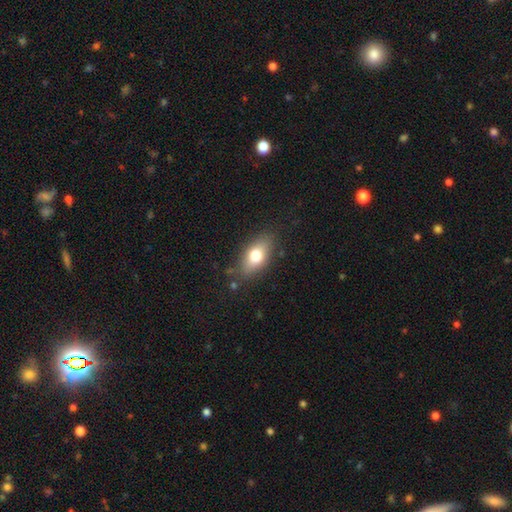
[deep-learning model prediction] smooth 71%, featured or disk 21%, star or artifact 8%. Down the decision tree: how rounded — in between (82%); merging — none (80%).